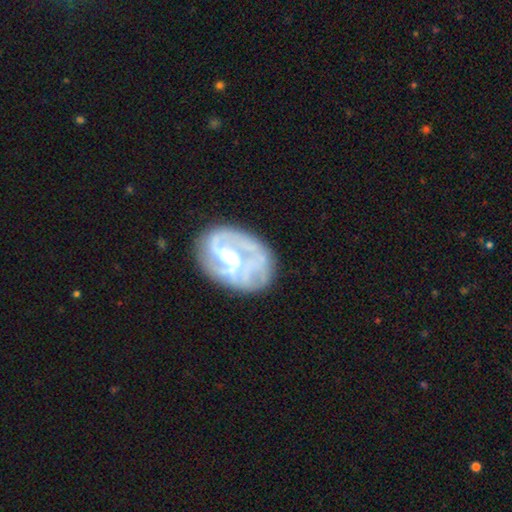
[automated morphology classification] featured or disk 77%, smooth 17%, star or artifact 7%. Down the decision tree: edge-on disk — no (98%); bar — weak (46%); spiral arms — yes (80%); spiral arm count — can't tell (33%); spiral winding — tight (40%); bulge size — moderate (48%); merging — none (55%).